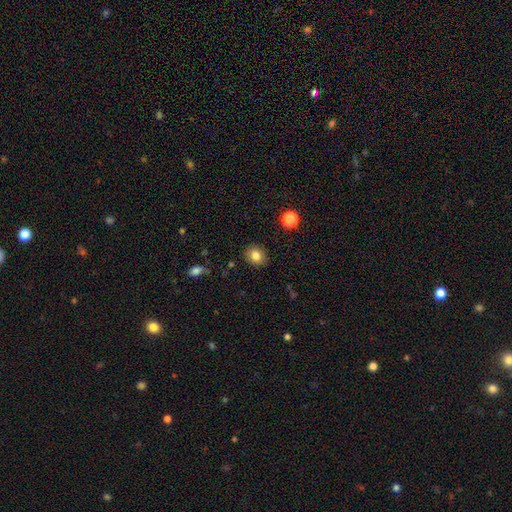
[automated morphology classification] smooth_or_featured: smooth (p=0.82) [alt: star or artifact p=0.10]
how_rounded: round (p=0.64) [alt: in between p=0.35]
merging: none (p=0.88) [alt: minor disturbance p=0.09]